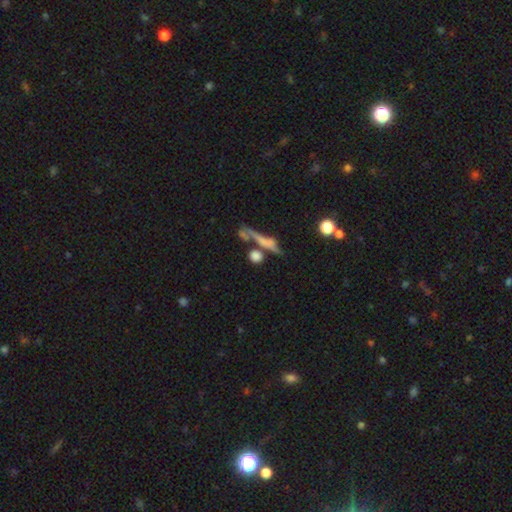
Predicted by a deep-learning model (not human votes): Overall: smooth (67%). How rounded: round (48%; cigar-shaped 27%). Merging: none (46%; merger 31%).